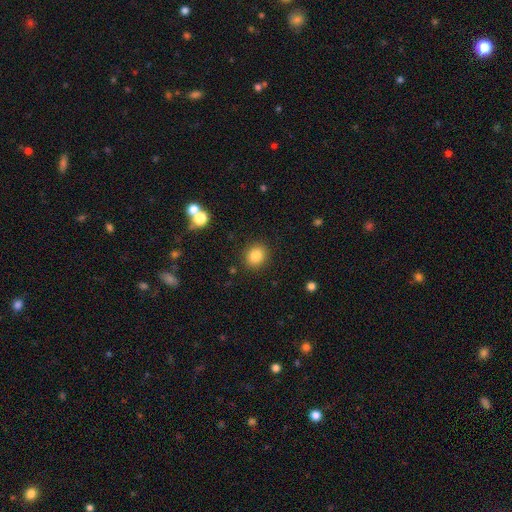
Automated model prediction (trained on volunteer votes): Smooth or featured? smooth (85%)
How rounded? round (75%)
Merging? none (89%)